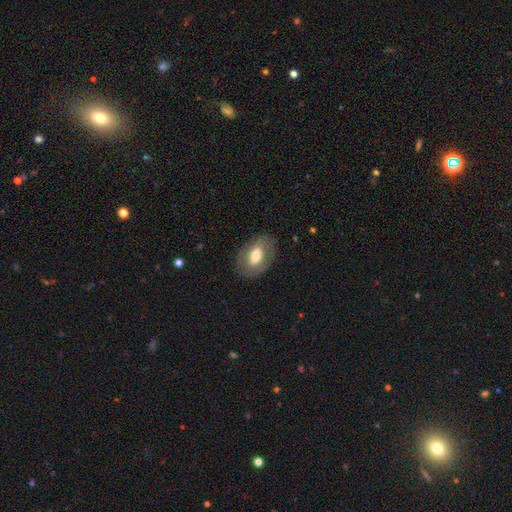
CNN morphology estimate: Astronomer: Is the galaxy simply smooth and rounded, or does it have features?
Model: smooth — 58% (runner-up: featured or disk, 35%).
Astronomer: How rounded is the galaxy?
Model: in between — 86%.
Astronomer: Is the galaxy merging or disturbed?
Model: none — 79%.